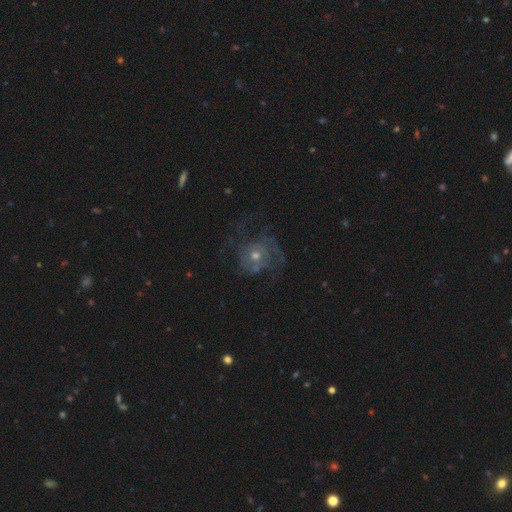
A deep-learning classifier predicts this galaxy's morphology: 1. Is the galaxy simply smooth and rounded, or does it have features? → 65% featured or disk, 21% smooth, 14% star or artifact.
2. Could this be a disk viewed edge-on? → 97% no, 3% yes.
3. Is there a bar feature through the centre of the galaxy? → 83% no, 14% weak, 3% strong.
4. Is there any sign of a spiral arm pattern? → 72% yes, 28% no.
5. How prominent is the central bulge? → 54% moderate, 40% small, 3% large, 2% none, 1% dominant.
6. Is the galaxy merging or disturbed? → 55% none, 25% major disturbance, 17% minor disturbance, 2% merger.